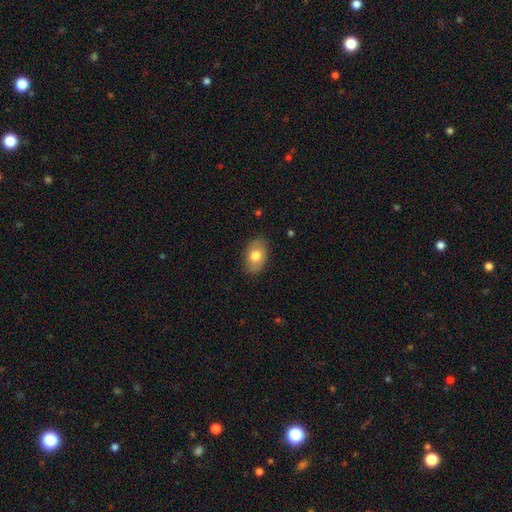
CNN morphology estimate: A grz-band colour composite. It shows a smooth galaxy with no disk features (75%) that is in between round and cigar-shaped (86%). Merging: none (84%).